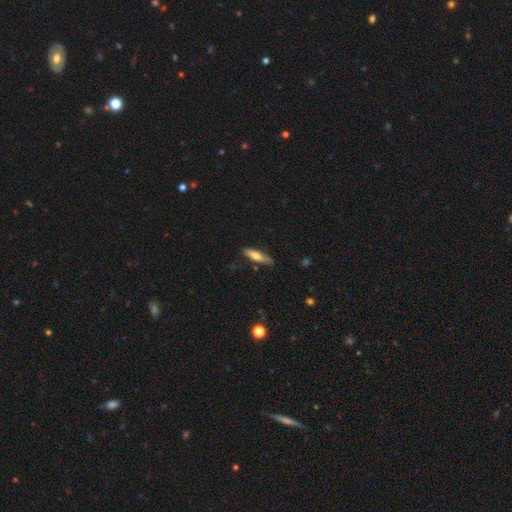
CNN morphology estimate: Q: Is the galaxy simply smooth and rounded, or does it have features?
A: smooth — 64%.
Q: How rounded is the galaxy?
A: cigar-shaped — 73%.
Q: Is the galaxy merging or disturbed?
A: none — 74%.